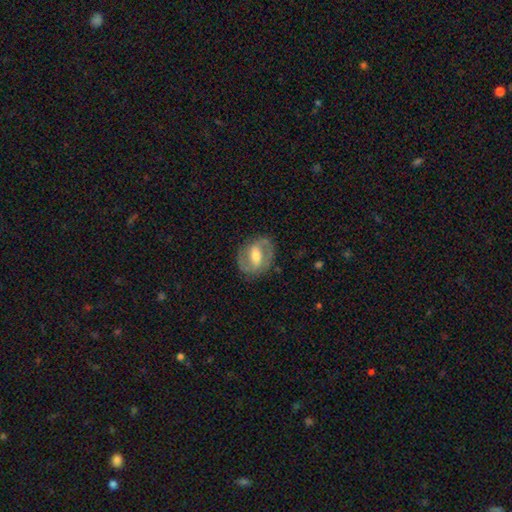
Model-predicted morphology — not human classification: A featured or disk galaxy (73%) with a strong bar (44%), 2 (85%) medium (49%) spiral arms (76%) and a moderate central bulge (65%). Merging: none (80%).